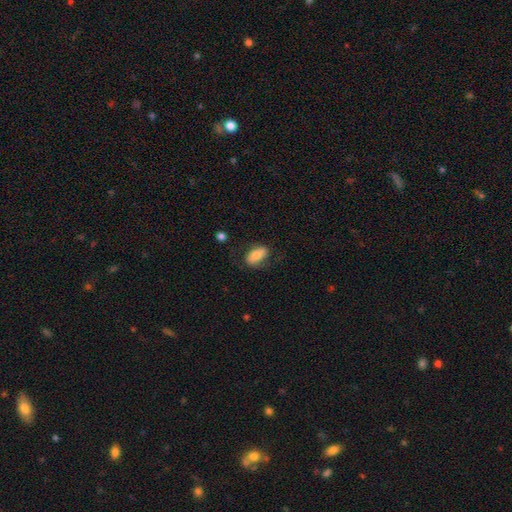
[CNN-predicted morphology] A smooth galaxy with no disk features (75%) that is in between round and cigar-shaped (90%).

Vote fractions:
- Smooth or featured? smooth: 75% / featured or disk: 18% / star or artifact: 7%
- How rounded? in between: 90% / round: 6% / cigar-shaped: 4%
- Merging? none: 68% / minor disturbance: 21% / major disturbance: 9% / merger: 2%